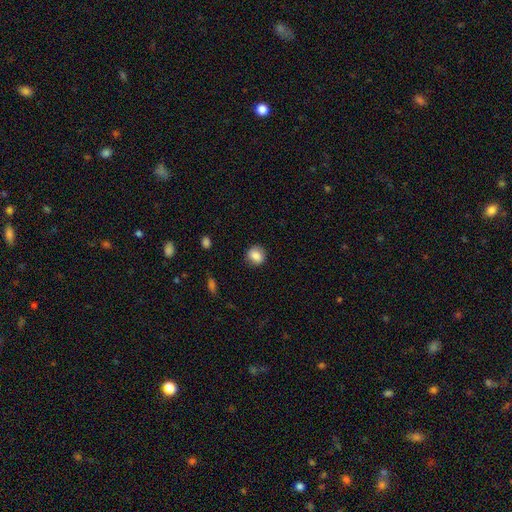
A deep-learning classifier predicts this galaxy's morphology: smooth_or_featured: smooth (p=0.84) [alt: star or artifact p=0.08]
how_rounded: round (p=0.76) [alt: in between p=0.23]
merging: none (p=0.86) [alt: minor disturbance p=0.10]